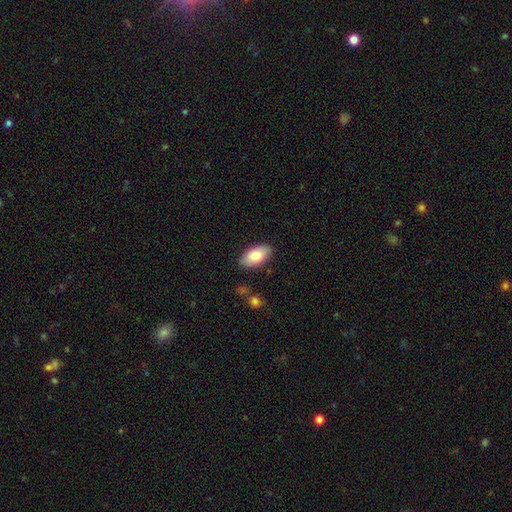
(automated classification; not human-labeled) A smooth galaxy with no disk features (84%) that is in between round and cigar-shaped (95%). Merging: none (86%).